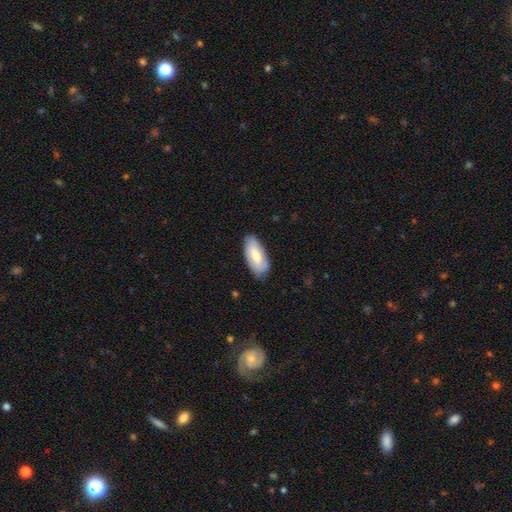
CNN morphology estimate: smooth 70%, featured or disk 25%, star or artifact 6%. Down the decision tree: how rounded — in between (88%); merging — none (75%).